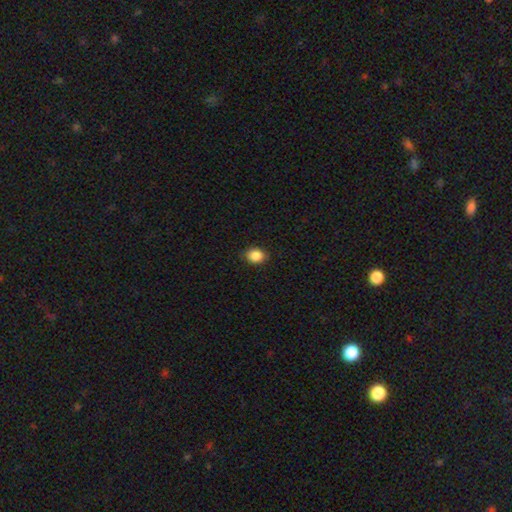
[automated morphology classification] smooth-or-featured: smooth: 87% | star or artifact: 9% | featured or disk: 4%
  how-rounded: round: 52% | in between: 47% | cigar-shaped: 1%
  merging: none: 86% | minor disturbance: 10% | major disturbance: 2% | merger: 1%